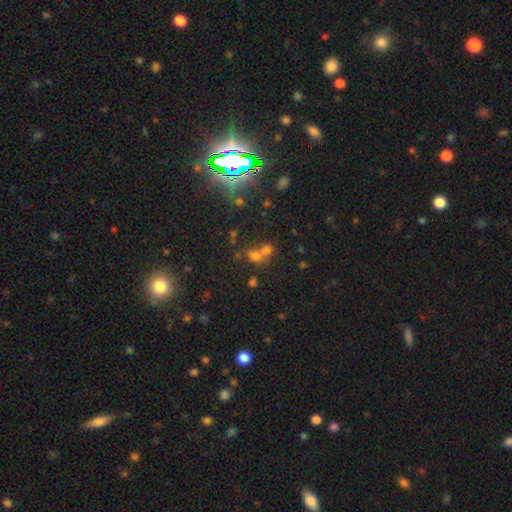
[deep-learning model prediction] A smooth galaxy with no disk features (58%) that is round (66%). Merging: merger (55%).